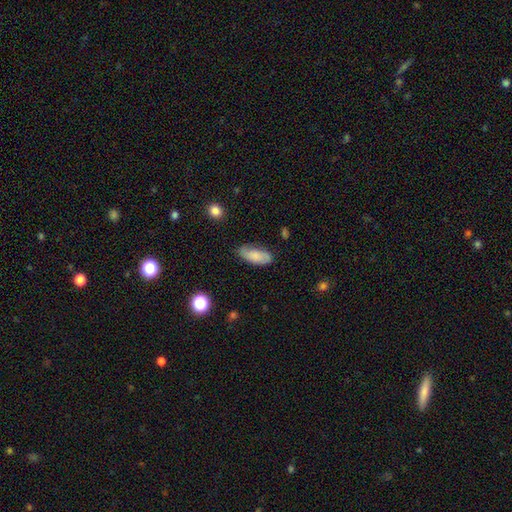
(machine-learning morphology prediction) Q: Smooth or featured?
A: smooth (70%); runner-up: featured or disk (22%)
Q: How rounded?
A: in between (86%); runner-up: cigar-shaped (11%)
Q: Merging?
A: none (73%); runner-up: minor disturbance (21%)